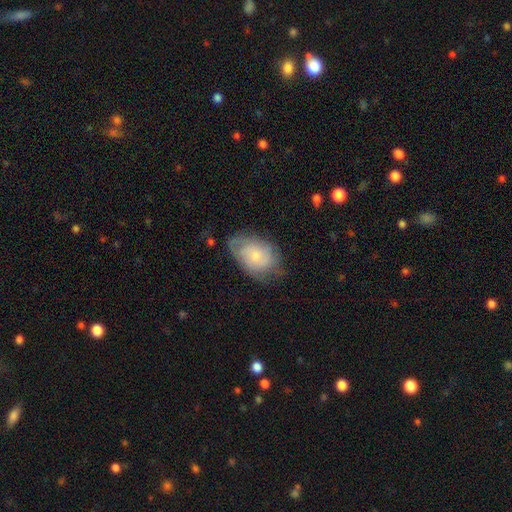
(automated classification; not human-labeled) Smooth or featured: smooth — 53% (featured or disk — 40%)
How rounded: in between — 87% (round — 11%)
Merging: none — 58% (minor disturbance — 29%)